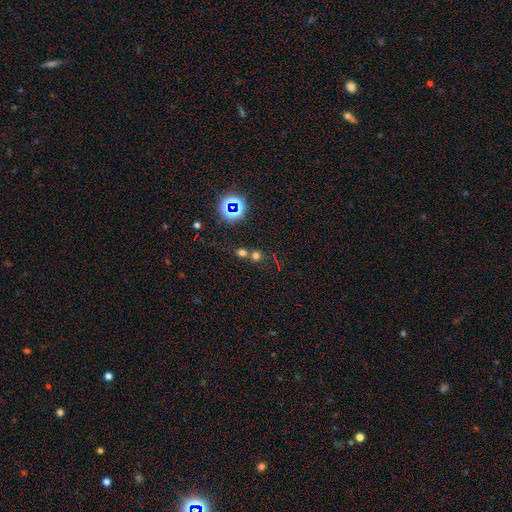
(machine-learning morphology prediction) This appears to be a smooth galaxy with no disk features (56%) that is round (83%). Merging: none (46%).